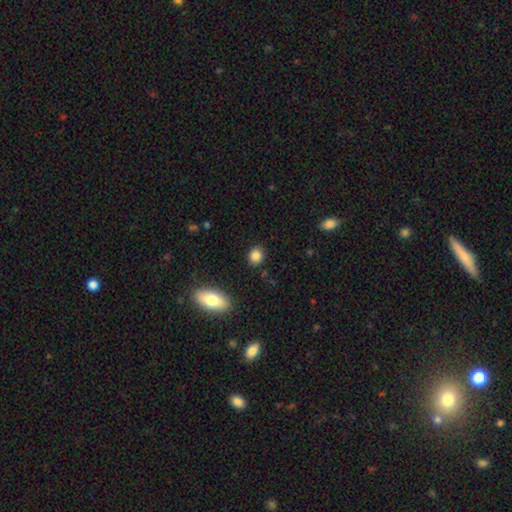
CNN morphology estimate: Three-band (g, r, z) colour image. It shows a smooth galaxy with no disk features (85%) that is round (68%). Merging: none (88%).